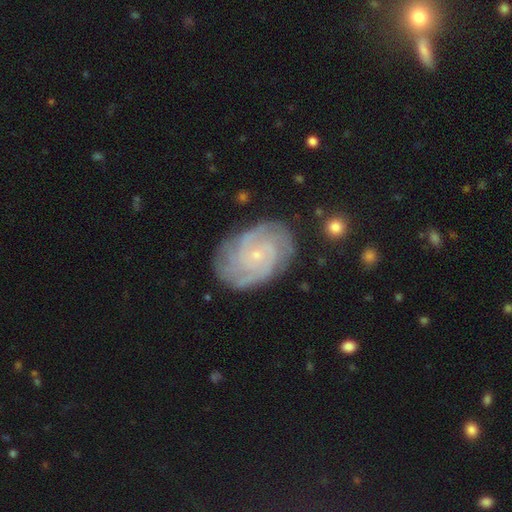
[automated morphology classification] Smooth or featured? Predicted: featured or disk (p=0.84). Edge-on disk? Predicted: no (p=0.97). Bar? Predicted: no (p=0.76). Spiral arms? Predicted: yes (p=0.97). Spiral winding? Predicted: tight (p=0.72). Spiral arm count? Predicted: can't tell (p=0.26). Bulge size? Predicted: small (p=0.85). Merging? Predicted: none (p=0.80).